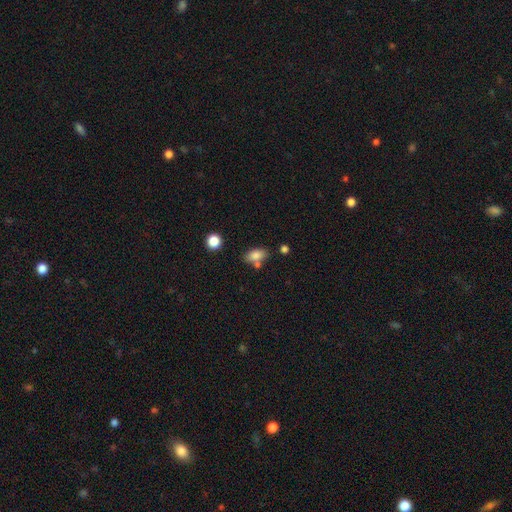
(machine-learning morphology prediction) A smooth galaxy with no disk features (81%) that is in between round and cigar-shaped (86%).

Vote fractions:
- Smooth or featured? smooth: 81% / featured or disk: 10% / star or artifact: 9%
- How rounded? in between: 86% / round: 9% / cigar-shaped: 4%
- Merging? none: 64% / merger: 17% / minor disturbance: 15% / major disturbance: 4%